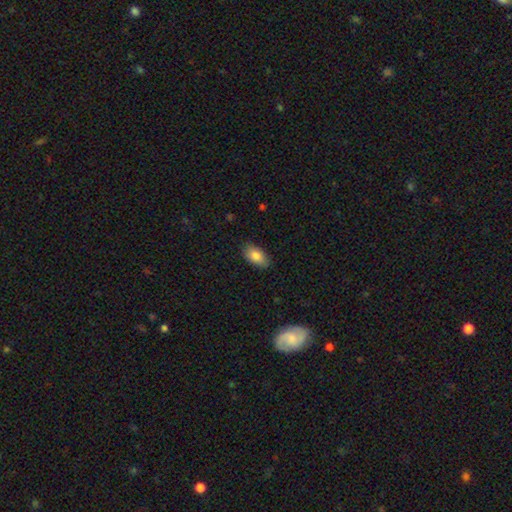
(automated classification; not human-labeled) Overall: smooth (84%). How rounded: in between (92%). Merging: none (85%).